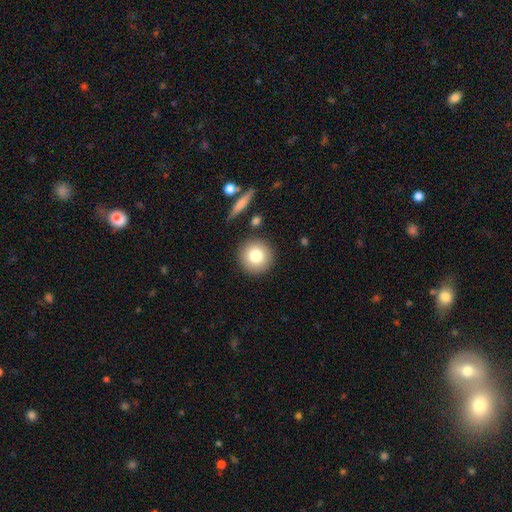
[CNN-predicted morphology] type=smooth (78%); roundness=round (94%); merging=none (87%).